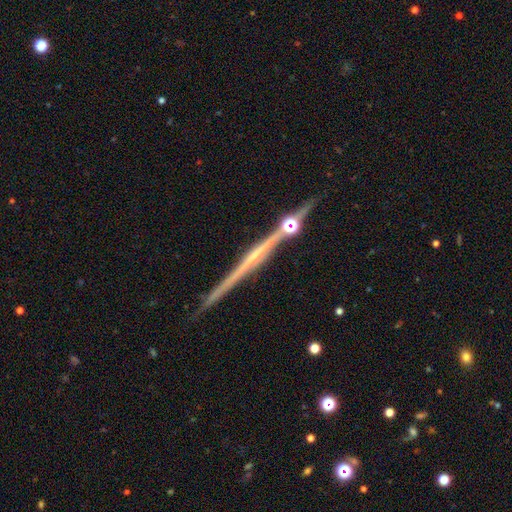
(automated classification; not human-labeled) Smooth or featured? featured or disk (80%)
Edge-on disk? yes (98%)
Edge-on bulge? none (49%)
Merging? none (81%)